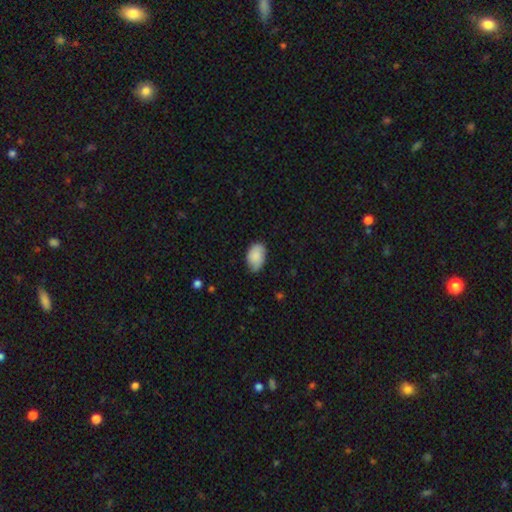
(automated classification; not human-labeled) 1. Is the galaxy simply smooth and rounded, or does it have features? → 85% smooth, 8% featured or disk, 6% star or artifact.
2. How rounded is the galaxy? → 90% in between, 9% round, 1% cigar-shaped.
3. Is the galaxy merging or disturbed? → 65% none, 29% minor disturbance, 4% major disturbance, 1% merger.